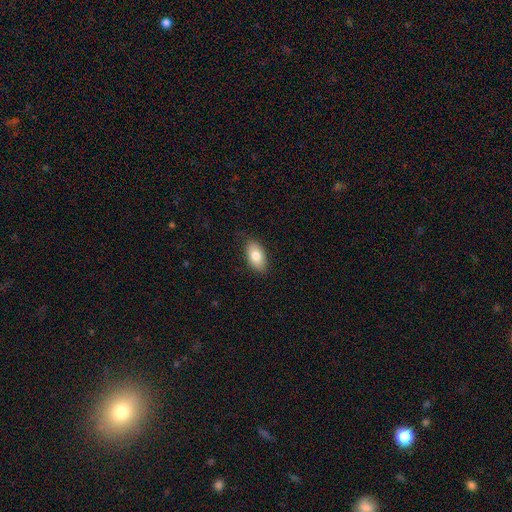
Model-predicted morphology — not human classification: This is likely a smooth galaxy (79%). How rounded: clearly in between (93%). Merging: clearly none (83%).